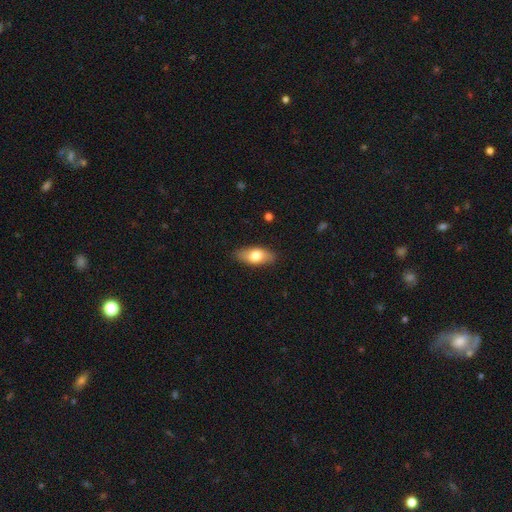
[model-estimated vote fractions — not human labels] smooth-or-featured: smooth: 71% | featured or disk: 23% | star or artifact: 6%
  how-rounded: in between: 83% | cigar-shaped: 13% | round: 4%
  merging: none: 85% | minor disturbance: 12% | major disturbance: 2% | merger: 1%